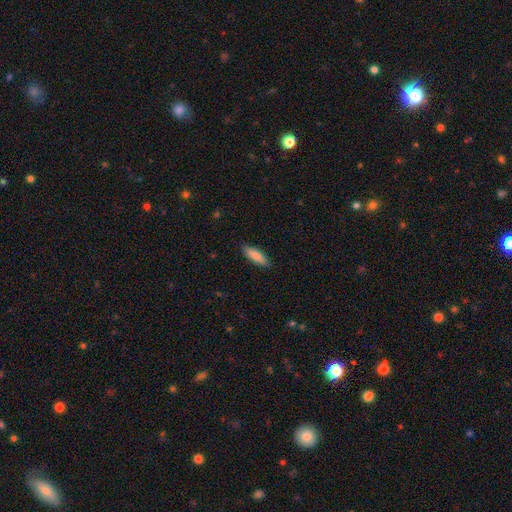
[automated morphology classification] Overall: smooth (84%). How rounded: cigar-shaped (55%; in between 44%). Merging: none (88%).